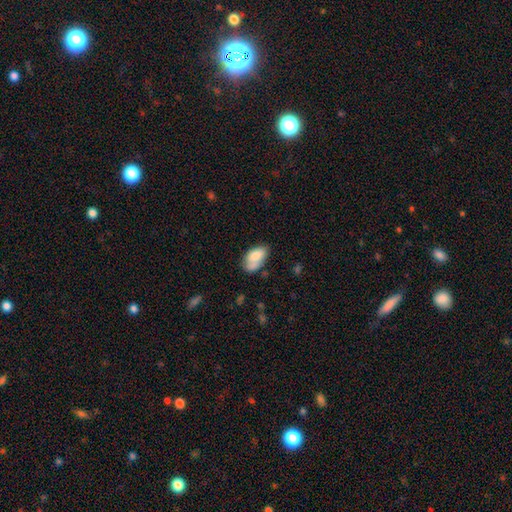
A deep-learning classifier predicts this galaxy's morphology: smooth_or_featured: smooth (p=0.77) [alt: featured or disk p=0.16]
how_rounded: in between (p=0.93) [alt: round p=0.05]
merging: none (p=0.50) [alt: minor disturbance p=0.28]